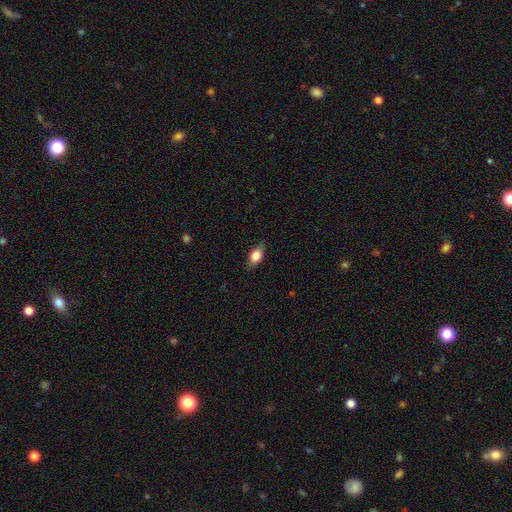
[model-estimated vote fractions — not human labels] smooth-or-featured: smooth: 78% | featured or disk: 15% | star or artifact: 8%
  how-rounded: in between: 81% | round: 12% | cigar-shaped: 7%
  merging: none: 80% | minor disturbance: 16% | major disturbance: 3% | merger: 1%